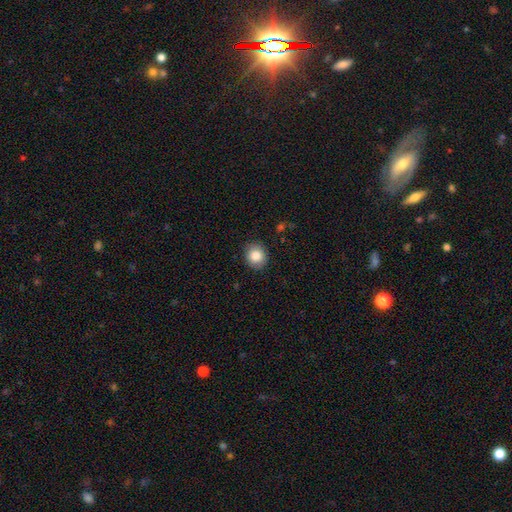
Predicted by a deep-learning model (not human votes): This appears to be a smooth galaxy with no disk features (85%) that is round (75%). Merging: none (88%).